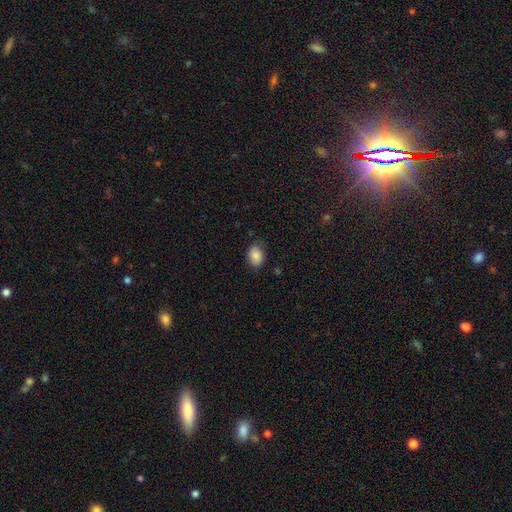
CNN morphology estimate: Smooth or featured? Predicted: smooth (p=0.86). How rounded? Predicted: in between (p=0.76). Merging? Predicted: none (p=0.75).